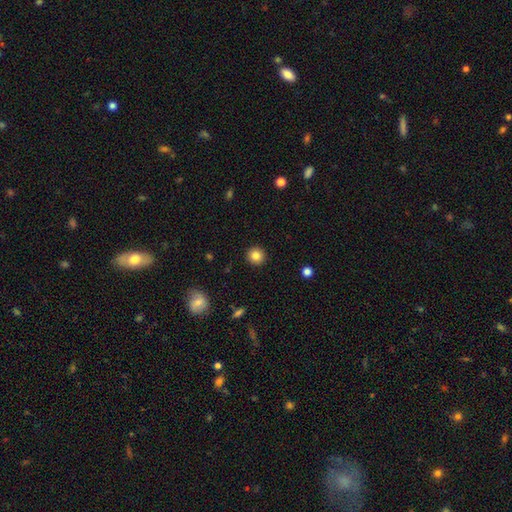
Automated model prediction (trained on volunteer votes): Q: Smooth or featured?
A: smooth (84%); runner-up: star or artifact (10%)
Q: How rounded?
A: round (93%); runner-up: in between (6%)
Q: Merging?
A: none (92%); runner-up: minor disturbance (5%)